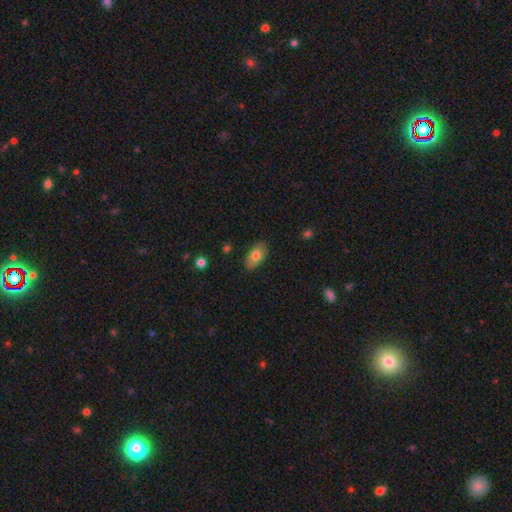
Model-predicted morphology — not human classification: Q: Smooth or featured?
A: smooth (75%); runner-up: featured or disk (18%)
Q: How rounded?
A: in between (92%); runner-up: round (5%)
Q: Merging?
A: none (85%); runner-up: minor disturbance (12%)